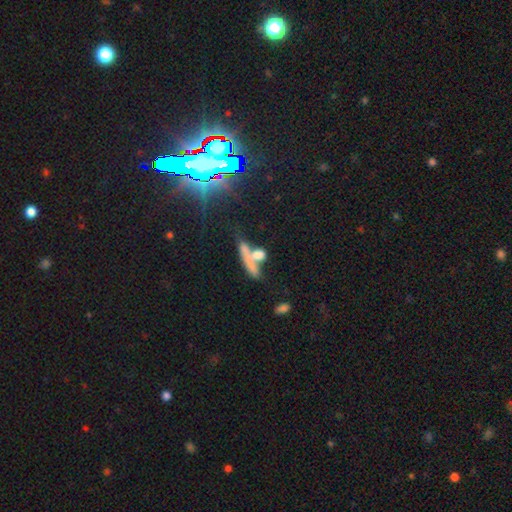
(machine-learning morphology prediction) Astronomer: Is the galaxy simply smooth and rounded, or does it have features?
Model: smooth — 62%.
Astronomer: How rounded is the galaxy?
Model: cigar-shaped — 45% (runner-up: in between, 35%).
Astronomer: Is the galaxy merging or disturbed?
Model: merger — 46% (runner-up: none, 33%).